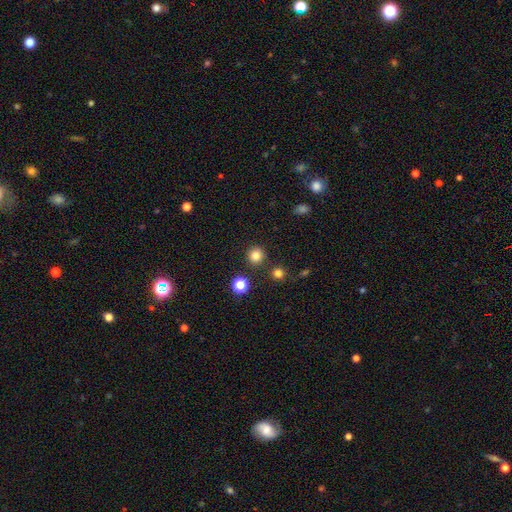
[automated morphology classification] smooth_or_featured: smooth (p=0.81) [alt: star or artifact p=0.14]
how_rounded: round (p=0.91) [alt: in between p=0.08]
merging: none (p=0.87) [alt: minor disturbance p=0.06]